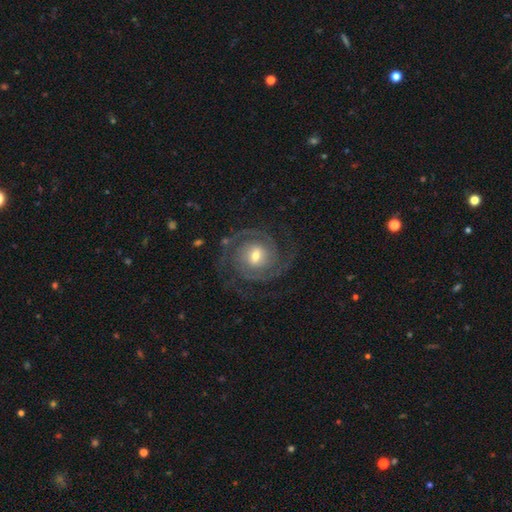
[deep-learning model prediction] The model was most divided on "bar": weak: 46%, no: 40%, strong: 14%. More confident: spiral arms — yes (98%); edge-on disk — no (98%); smooth or featured — featured or disk (90%); merging — none (79%); spiral arm count — 2 (73%); bulge size — moderate (60%); spiral winding — tight (59%).